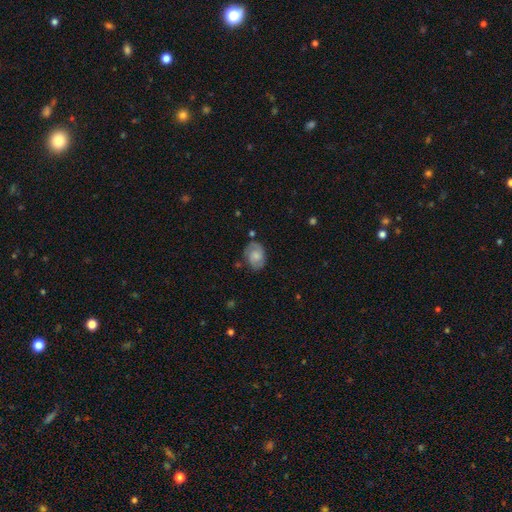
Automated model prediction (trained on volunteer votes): A smooth galaxy with no disk features (50%) that is in between round and cigar-shaped (75%). Merging: none (69%).